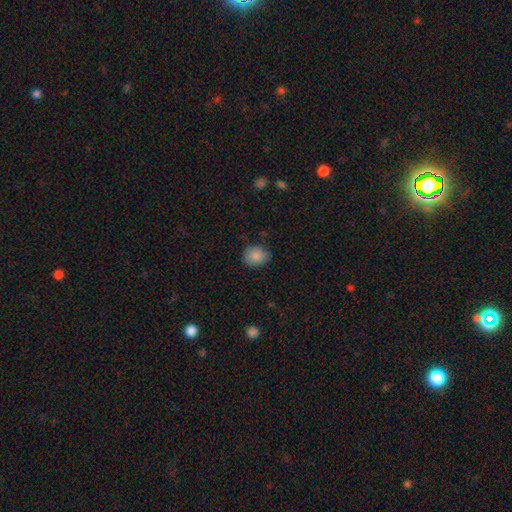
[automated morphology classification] Smooth or featured?
  - smooth: 86% *
  - star or artifact: 8%
  - featured or disk: 6%
How rounded?
  - round: 50% *
  - in between: 49%
  - cigar-shaped: 1%
Merging?
  - none: 78% *
  - minor disturbance: 18%
  - major disturbance: 3%
  - merger: 1%